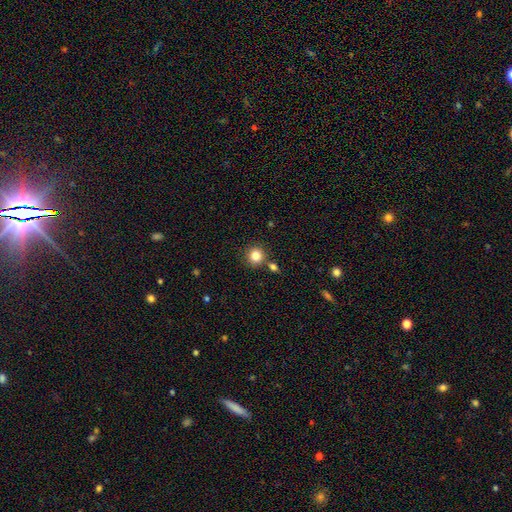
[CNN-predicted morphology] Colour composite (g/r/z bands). It shows a smooth galaxy with no disk features (84%) that is round (91%). Merging: none (77%).